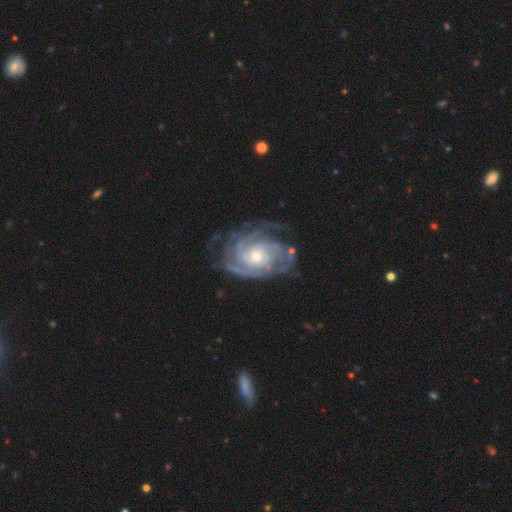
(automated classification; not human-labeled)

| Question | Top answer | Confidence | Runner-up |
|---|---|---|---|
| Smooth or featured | featured or disk | 90% | star or artifact (6%) |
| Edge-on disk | no | 97% | yes (3%) |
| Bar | no | 69% | weak (23%) |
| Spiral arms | yes | 98% | no (2%) |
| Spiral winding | tight | 74% | medium (22%) |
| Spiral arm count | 3 | 24% | 4 (23%) |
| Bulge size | small | 50% | moderate (45%) |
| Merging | none | 73% | minor disturbance (18%) |